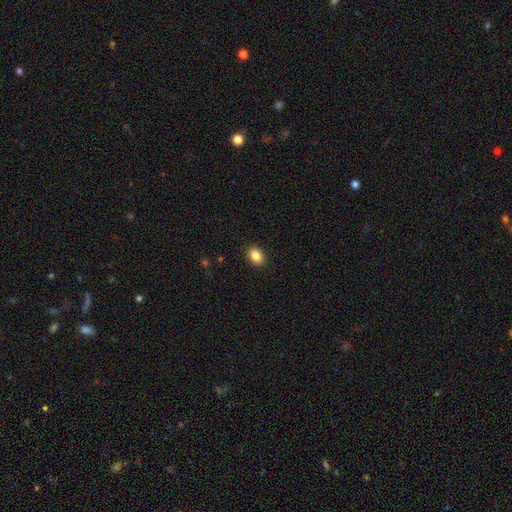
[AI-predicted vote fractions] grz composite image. It shows a smooth galaxy with no disk features (87%) that is in between round and cigar-shaped (71%). Merging: none (90%).